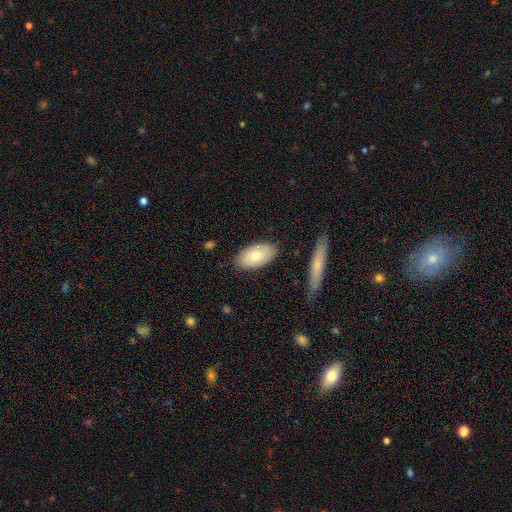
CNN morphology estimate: Overall: smooth (70%). How rounded: in between (94%). Merging: none (82%).